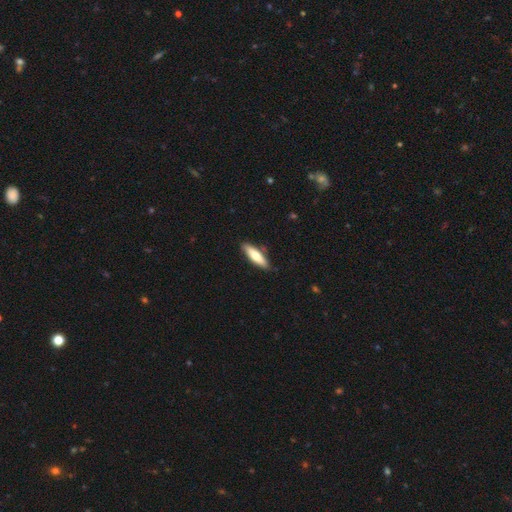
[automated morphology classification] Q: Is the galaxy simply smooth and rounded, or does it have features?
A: smooth — 69%.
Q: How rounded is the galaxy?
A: cigar-shaped — 63%.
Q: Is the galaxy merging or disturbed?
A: none — 86%.